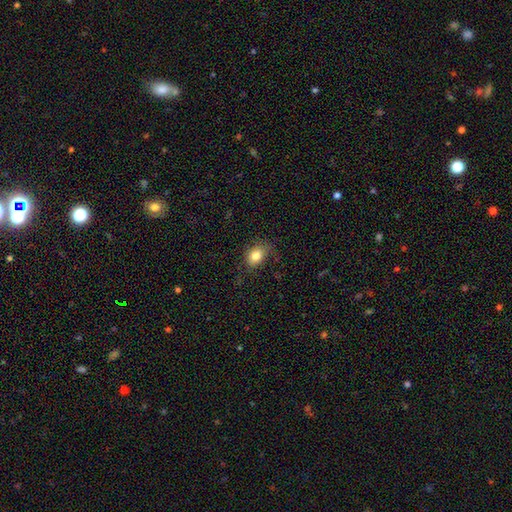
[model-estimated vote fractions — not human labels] The model was most divided on "how rounded": in between: 69%, round: 30%, cigar-shaped: 1%. More confident: smooth or featured — smooth (82%); merging — none (74%).